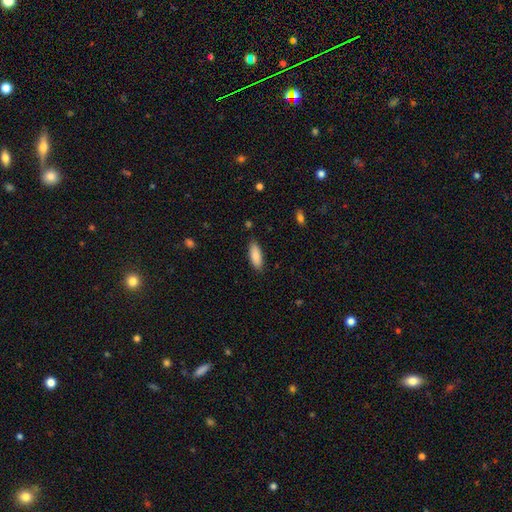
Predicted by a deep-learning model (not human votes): A smooth galaxy with no disk features (88%) that is in between round and cigar-shaped (69%).

Vote fractions:
- Smooth or featured? smooth: 88% / featured or disk: 6% / star or artifact: 6%
- How rounded? in between: 69% / cigar-shaped: 29% / round: 2%
- Merging? none: 86% / minor disturbance: 10% / major disturbance: 2% / merger: 1%